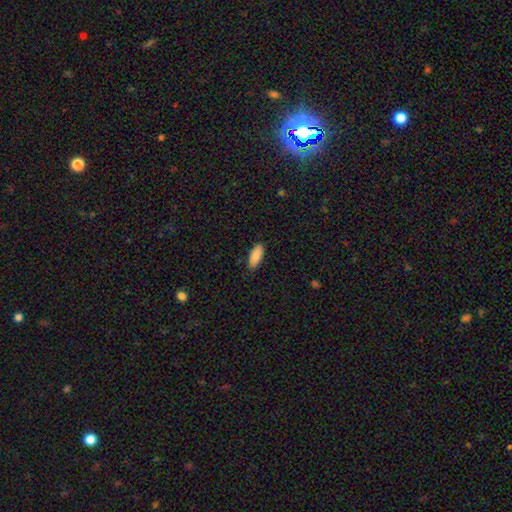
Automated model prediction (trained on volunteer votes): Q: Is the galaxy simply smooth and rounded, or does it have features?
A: smooth — 89%.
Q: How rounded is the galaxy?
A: in between — 78%.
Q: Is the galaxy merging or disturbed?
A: none — 87%.